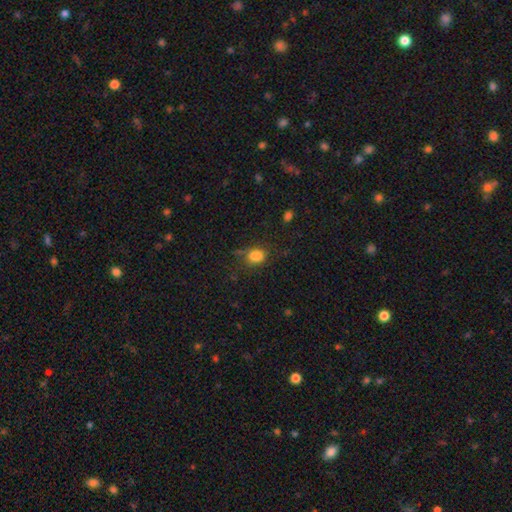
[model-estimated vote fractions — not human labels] Smooth or featured? Predicted: smooth (p=0.82). How rounded? Predicted: in between (p=0.58). Merging? Predicted: none (p=0.58).